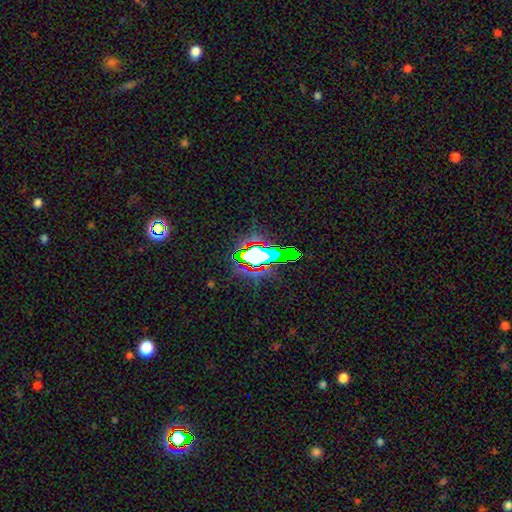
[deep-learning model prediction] Smooth or featured: star or artifact — 58% (smooth — 25%)